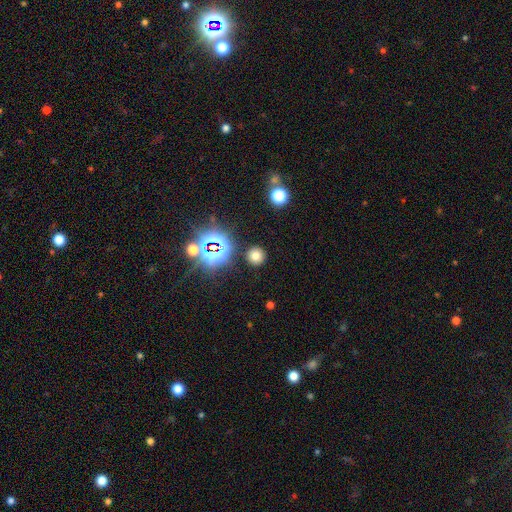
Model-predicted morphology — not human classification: A smooth galaxy with no disk features (69%) that is round (92%). Merging: none (89%).